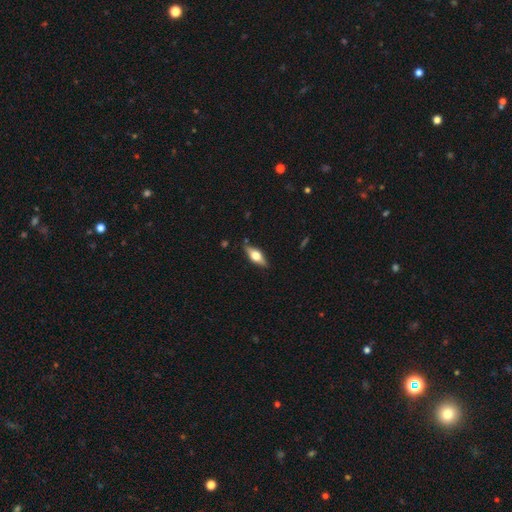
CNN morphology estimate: This is possibly a featured or disk galaxy (51%). It is clearly viewed edge-on (91%). Merging: clearly none (84%).